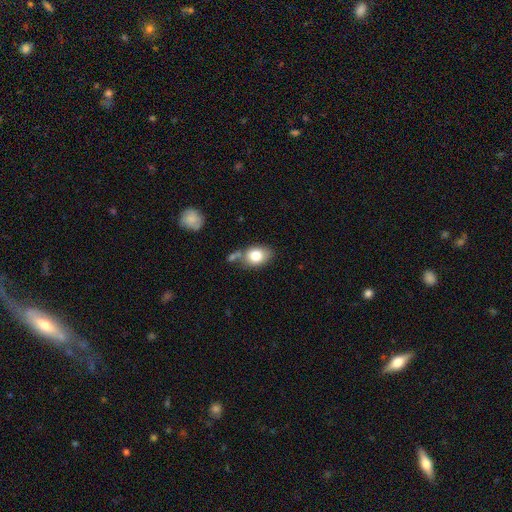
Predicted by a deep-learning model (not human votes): Smooth or featured? Predicted: smooth (p=0.79). How rounded? Predicted: in between (p=0.72). Merging? Predicted: none (p=0.58).